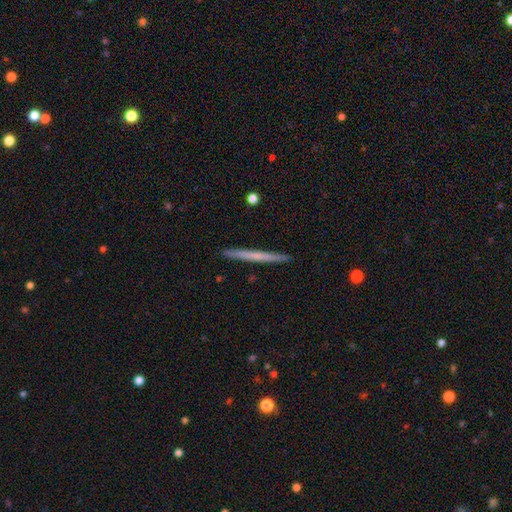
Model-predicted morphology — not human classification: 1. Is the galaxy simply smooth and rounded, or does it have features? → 52% smooth, 43% featured or disk, 6% star or artifact.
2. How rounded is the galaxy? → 97% cigar-shaped, 2% in between, 1% round.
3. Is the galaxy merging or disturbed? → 92% none, 5% minor disturbance, 1% major disturbance, 1% merger.